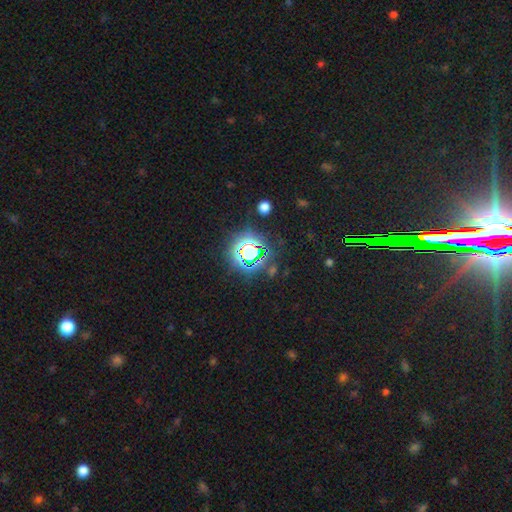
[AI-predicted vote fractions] Morphology: type=star or artifact (70%).